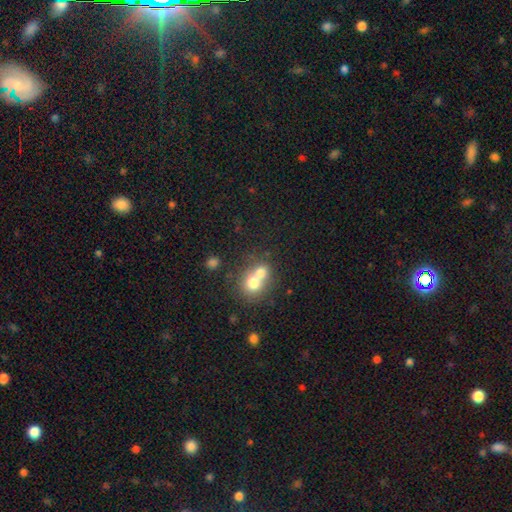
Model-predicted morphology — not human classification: Smooth or featured: smooth — 59% (star or artifact — 25%)
How rounded: round — 75% (in between — 24%)
Merging: merger — 51% (none — 40%)